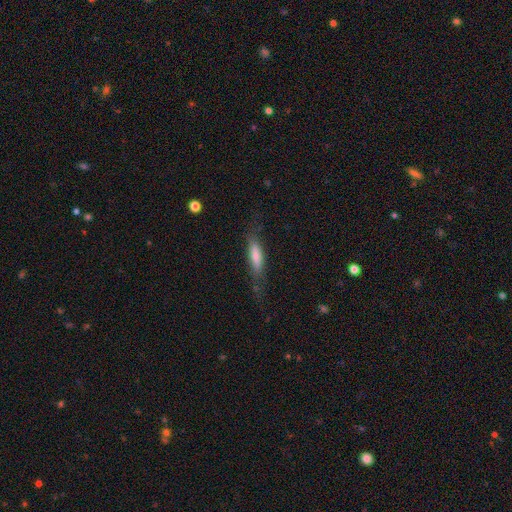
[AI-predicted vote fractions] Q: Smooth or featured?
A: smooth (69%); runner-up: featured or disk (24%)
Q: How rounded?
A: cigar-shaped (70%); runner-up: in between (28%)
Q: Merging?
A: none (67%); runner-up: minor disturbance (22%)